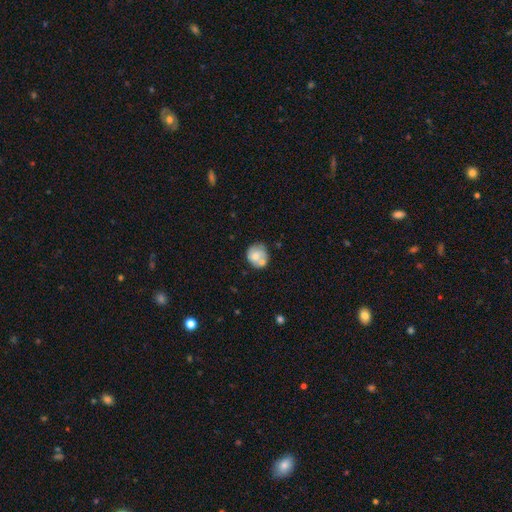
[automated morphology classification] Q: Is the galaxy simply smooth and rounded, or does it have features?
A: smooth — 61%.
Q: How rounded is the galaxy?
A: round — 79%.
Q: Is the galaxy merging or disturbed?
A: none — 49%.